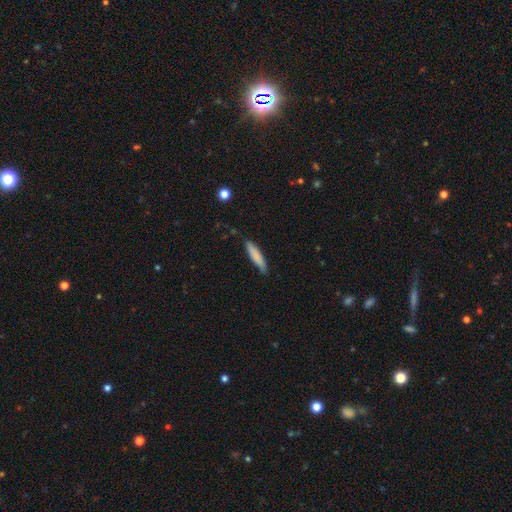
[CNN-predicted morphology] smooth 82%, featured or disk 12%, star or artifact 6%. Down the decision tree: how rounded — cigar-shaped (83%); merging — none (83%).